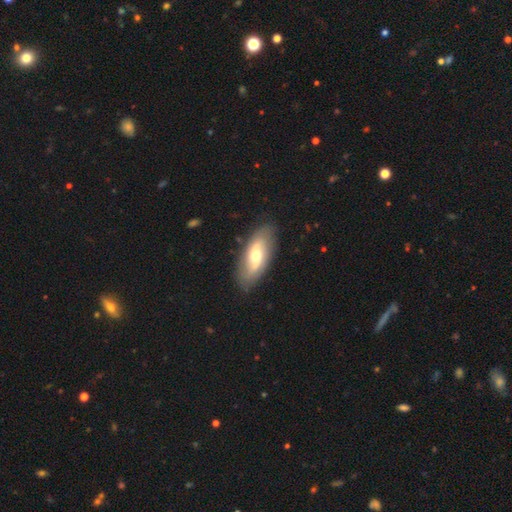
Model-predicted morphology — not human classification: Smooth or featured? featured or disk (51%)
Edge-on disk? no (85%)
Merging? none (85%)